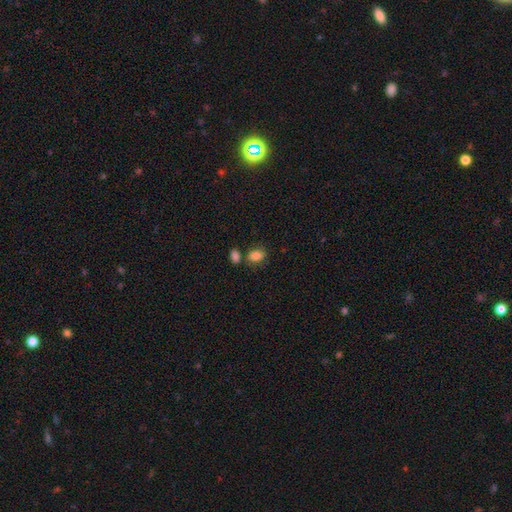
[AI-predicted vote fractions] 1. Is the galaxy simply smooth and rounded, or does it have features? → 84% smooth, 10% star or artifact, 6% featured or disk.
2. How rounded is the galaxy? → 81% in between, 17% round, 2% cigar-shaped.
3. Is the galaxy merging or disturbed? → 61% none, 21% merger, 14% minor disturbance, 5% major disturbance.